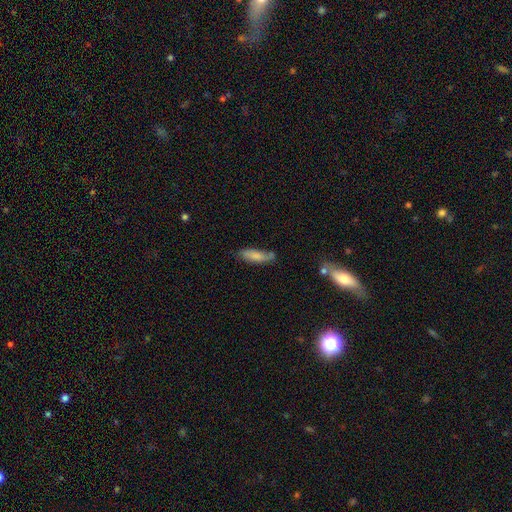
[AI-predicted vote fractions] The model was most divided on "how rounded": in between: 56%, cigar-shaped: 43%, round: 2%. More confident: smooth or featured — smooth (77%); merging — none (60%).